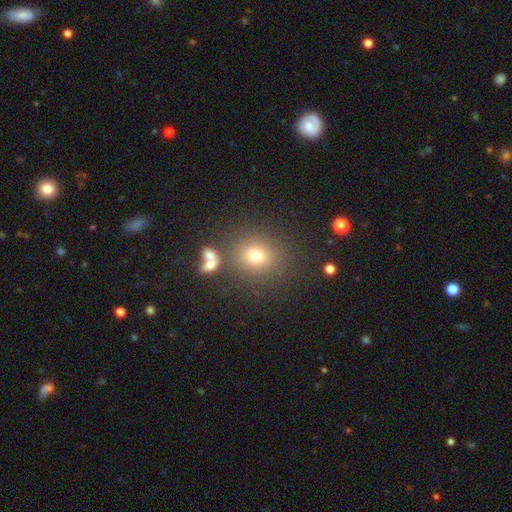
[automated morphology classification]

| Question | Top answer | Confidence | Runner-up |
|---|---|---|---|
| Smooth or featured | smooth | 72% | star or artifact (18%) |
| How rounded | round | 77% | in between (22%) |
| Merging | none | 76% | minor disturbance (10%) |